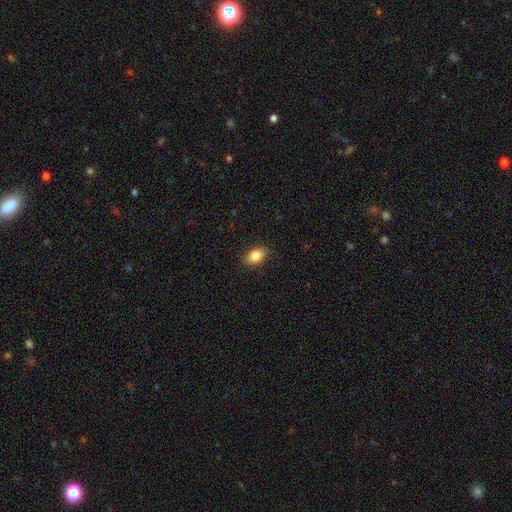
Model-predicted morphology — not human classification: This appears to be a smooth galaxy with no disk features (85%) that is in between round and cigar-shaped (86%). Merging: none (88%).